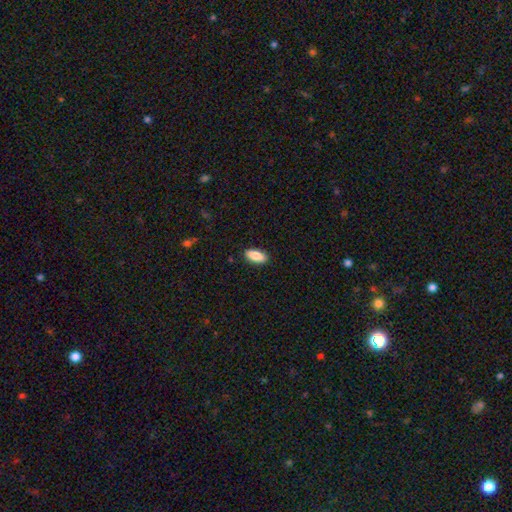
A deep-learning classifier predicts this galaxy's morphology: A smooth galaxy with no disk features (85%) that is in between round and cigar-shaped (87%).

Vote fractions:
- Smooth or featured? smooth: 85% / featured or disk: 9% / star or artifact: 6%
- How rounded? in between: 87% / cigar-shaped: 11% / round: 2%
- Merging? none: 90% / minor disturbance: 8% / major disturbance: 2% / merger: 1%